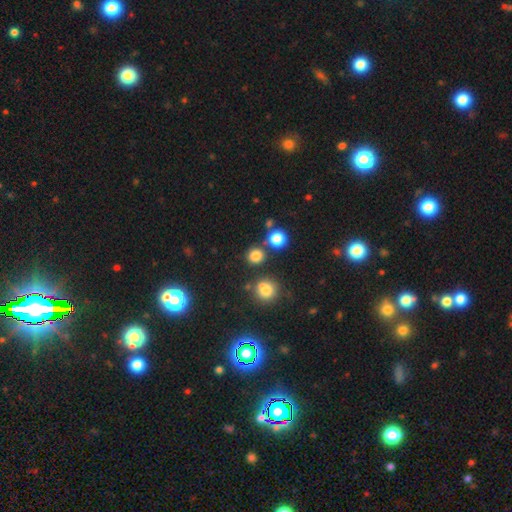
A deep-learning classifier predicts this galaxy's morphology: This is likely a smooth galaxy (78%). How rounded: clearly round (88%). Merging: likely none (79%).